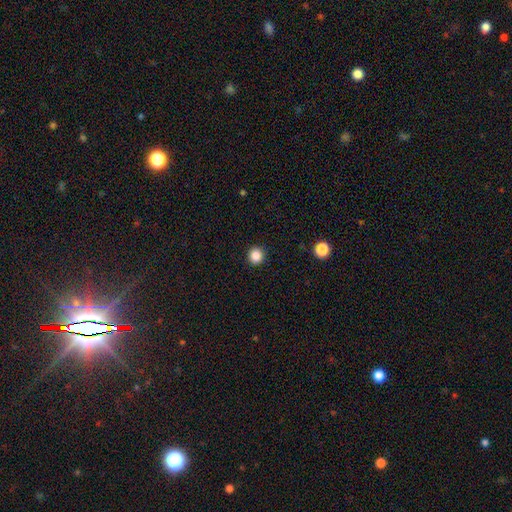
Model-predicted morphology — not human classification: Smooth or featured? smooth (85%)
How rounded? round (92%)
Merging? none (92%)